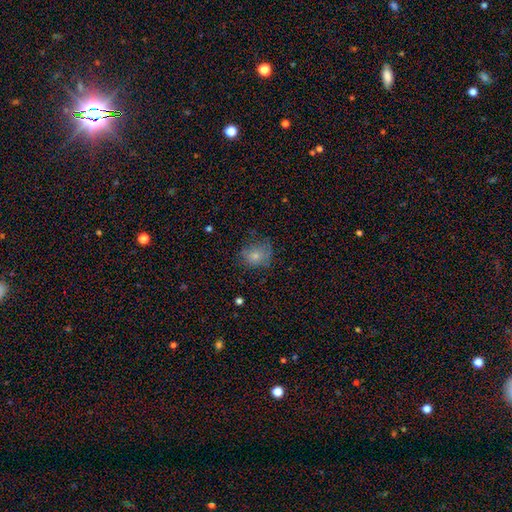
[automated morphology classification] smooth-or-featured: smooth: 72% | featured or disk: 16% | star or artifact: 12%
  how-rounded: round: 64% | in between: 35% | cigar-shaped: 1%
  merging: none: 57% | minor disturbance: 26% | major disturbance: 15% | merger: 2%